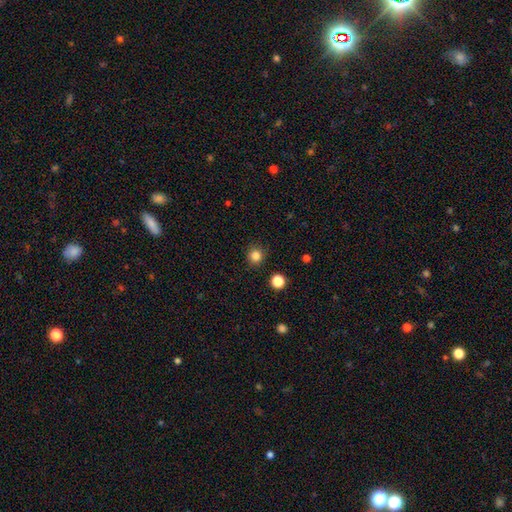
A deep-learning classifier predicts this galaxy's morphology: smooth-or-featured: smooth: 84% | star or artifact: 12% | featured or disk: 4%
  how-rounded: round: 92% | in between: 7% | cigar-shaped: 1%
  merging: none: 91% | minor disturbance: 6% | major disturbance: 2% | merger: 1%